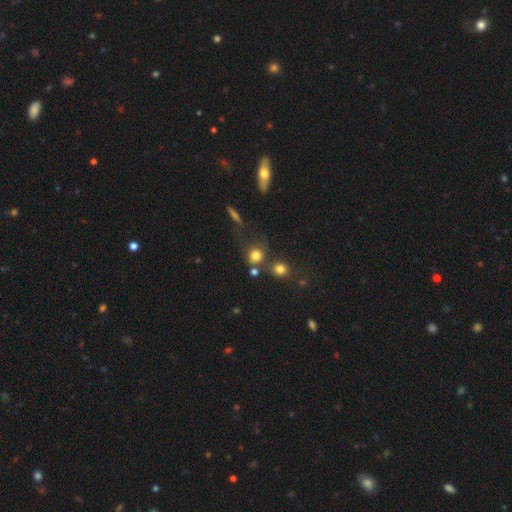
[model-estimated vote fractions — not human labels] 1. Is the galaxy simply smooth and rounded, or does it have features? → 78% smooth, 13% star or artifact, 8% featured or disk.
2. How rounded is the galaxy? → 87% round, 12% in between, 1% cigar-shaped.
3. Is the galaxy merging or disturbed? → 60% none, 22% merger, 12% minor disturbance, 6% major disturbance.